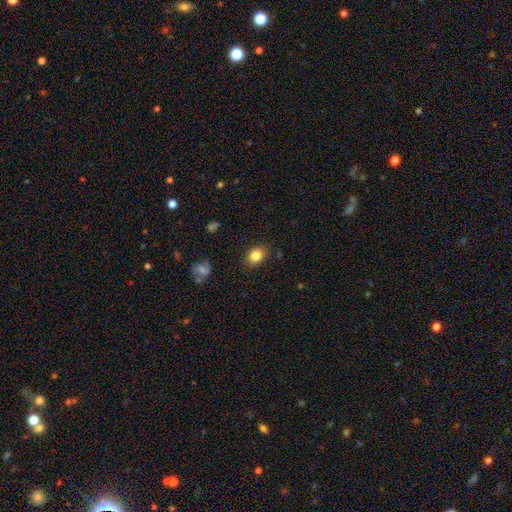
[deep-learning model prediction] The model was most divided on "how rounded": in between: 58%, round: 41%, cigar-shaped: 1%. More confident: merging — none (86%); smooth or featured — smooth (83%).